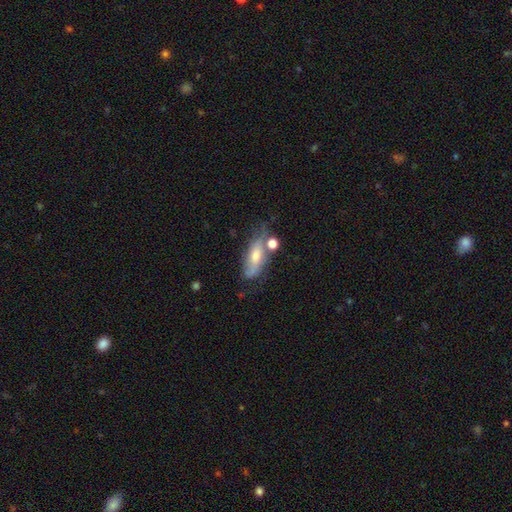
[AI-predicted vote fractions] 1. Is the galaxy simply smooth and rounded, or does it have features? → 46% featured or disk, 44% smooth, 10% star or artifact.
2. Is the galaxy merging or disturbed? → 46% none, 26% minor disturbance, 15% merger, 13% major disturbance.